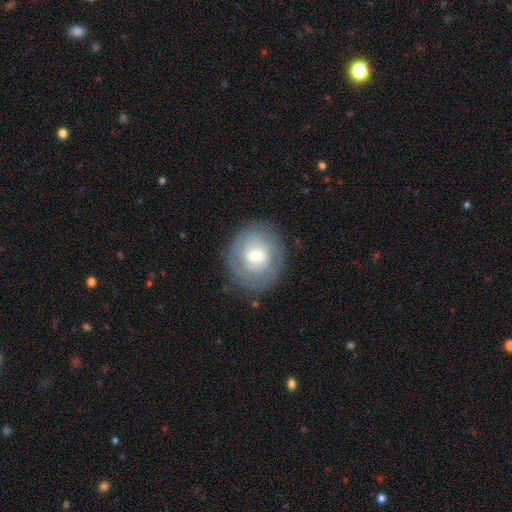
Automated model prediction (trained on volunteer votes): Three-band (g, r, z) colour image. It shows a featured or disk galaxy (62%) with a weak bar (51%), spiral arms (79%) and a moderate central bulge (55%). Merging: none (80%).